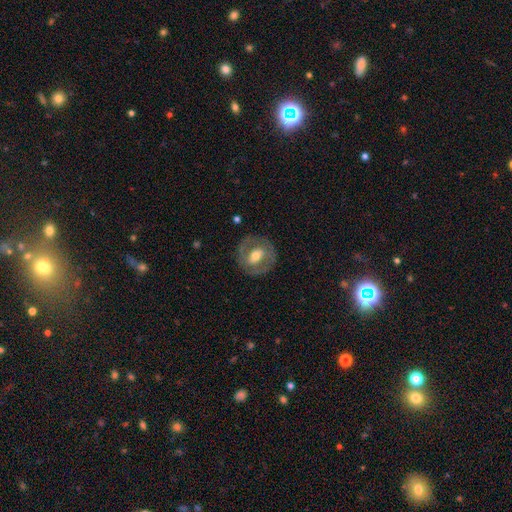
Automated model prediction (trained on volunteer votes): A featured or disk galaxy (61%) with a weak bar (39%), no spiral arms (55%) and a moderate central bulge (67%). Merging: none (81%).